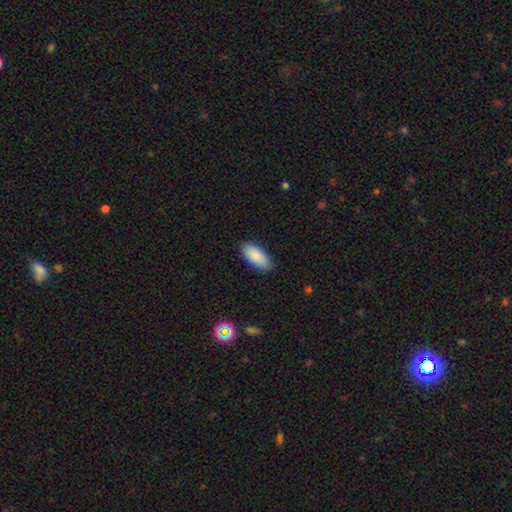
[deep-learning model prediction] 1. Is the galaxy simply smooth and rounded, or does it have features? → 88% smooth, 6% star or artifact, 5% featured or disk.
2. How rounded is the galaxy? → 91% in between, 8% cigar-shaped, 2% round.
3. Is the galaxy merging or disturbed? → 87% none, 10% minor disturbance, 2% major disturbance, 1% merger.